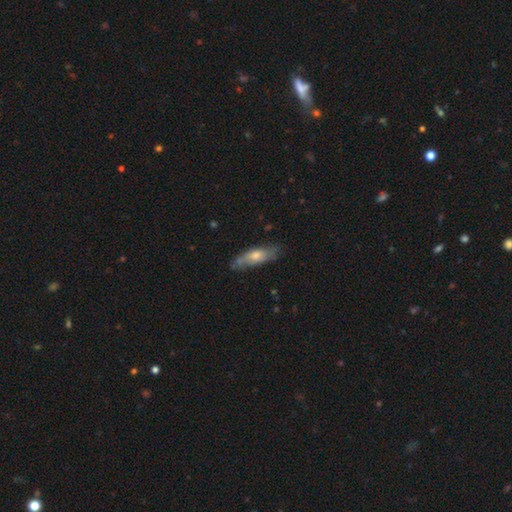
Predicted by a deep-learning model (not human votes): The model was most divided on "how rounded" (2-way tie): cigar-shaped: 49%, in between: 49%, round: 2%. More confident: merging — none (68%); smooth or featured — smooth (56%).